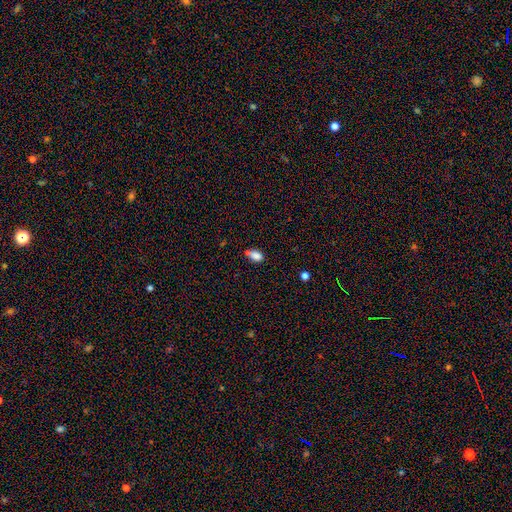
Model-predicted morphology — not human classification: A smooth galaxy with no disk features (83%) that is in between round and cigar-shaped (85%). Merging: none (49%).